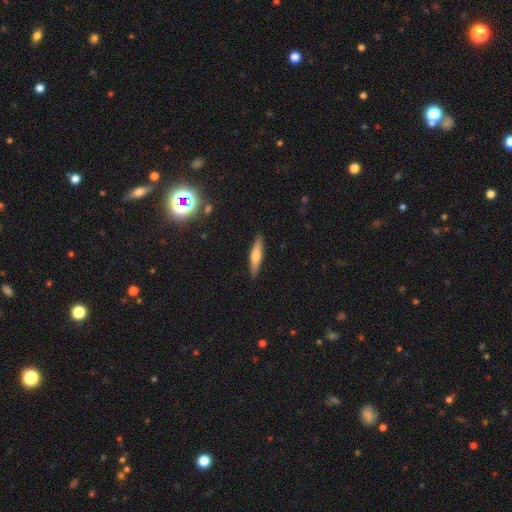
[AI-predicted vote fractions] Overall: smooth (58%; featured or disk 35%). How rounded: cigar-shaped (84%). Merging: none (90%).